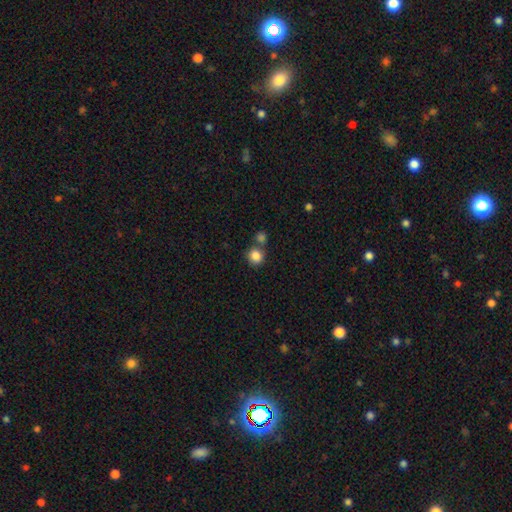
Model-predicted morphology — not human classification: The model was most divided on "merging": none: 64%, merger: 25%, minor disturbance: 8%, major disturbance: 3%. More confident: how rounded — round (88%); smooth or featured — smooth (85%).